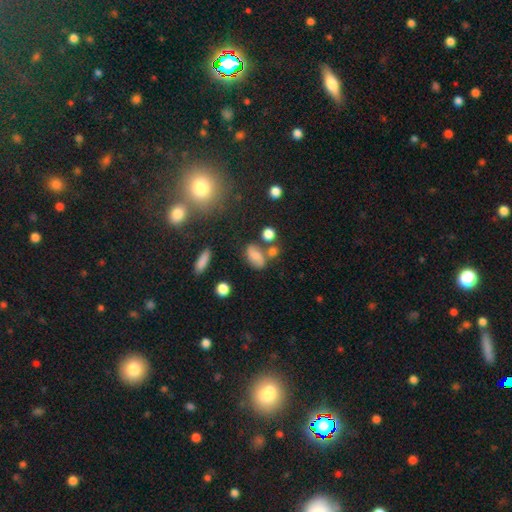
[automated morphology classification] This appears to be a smooth galaxy with no disk features (65%) that is in between round and cigar-shaped (82%). Merging: none (54%).